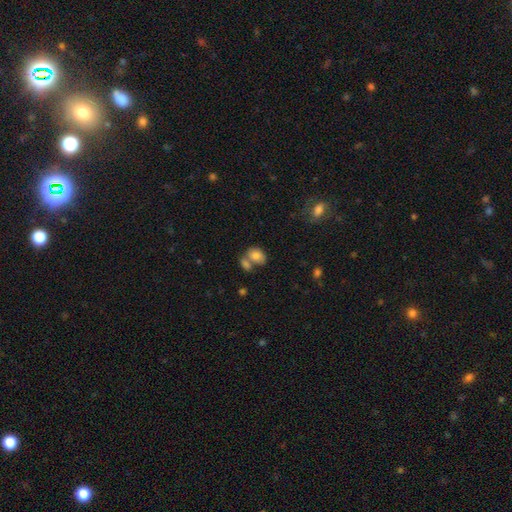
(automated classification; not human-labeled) Overall: smooth (80%). How rounded: in between (70%). Merging: merger (45%; none 37%).